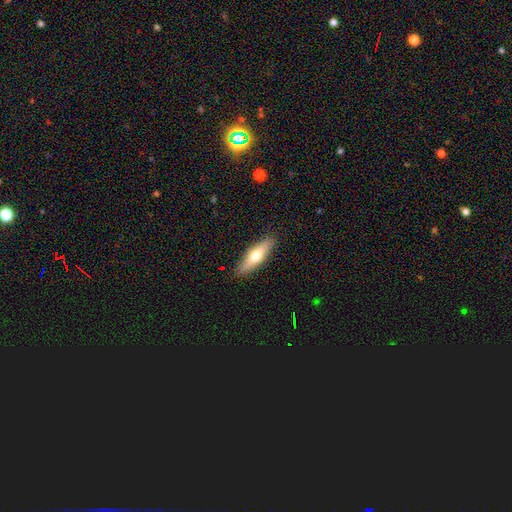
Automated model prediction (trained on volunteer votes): Smooth or featured?
  - smooth: 54% *
  - featured or disk: 40%
  - star or artifact: 6%
How rounded?
  - cigar-shaped: 58% *
  - in between: 39%
  - round: 3%
Merging?
  - none: 89% *
  - minor disturbance: 8%
  - major disturbance: 2%
  - merger: 1%